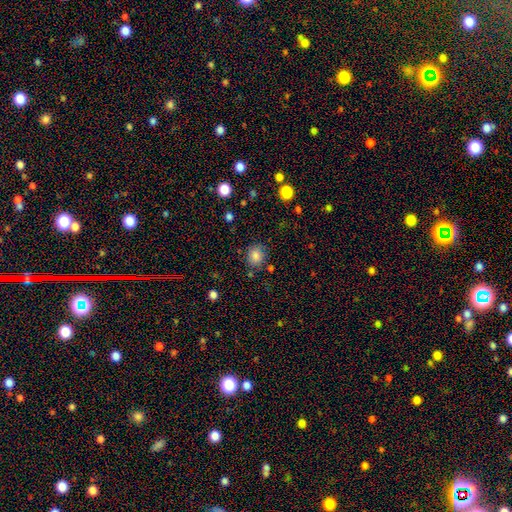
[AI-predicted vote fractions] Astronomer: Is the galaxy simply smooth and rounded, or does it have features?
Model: smooth — 83%.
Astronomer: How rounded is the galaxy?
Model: round — 67%.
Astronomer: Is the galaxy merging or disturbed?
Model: none — 80%.